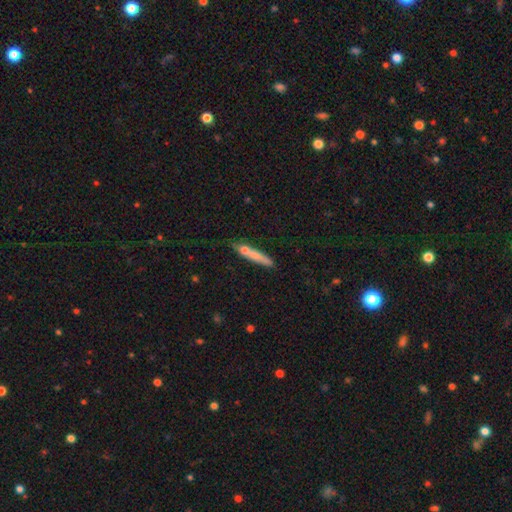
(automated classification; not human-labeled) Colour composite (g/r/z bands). It shows a smooth galaxy with no disk features (69%) that is cigar-shaped (90%). Merging: none (64%).